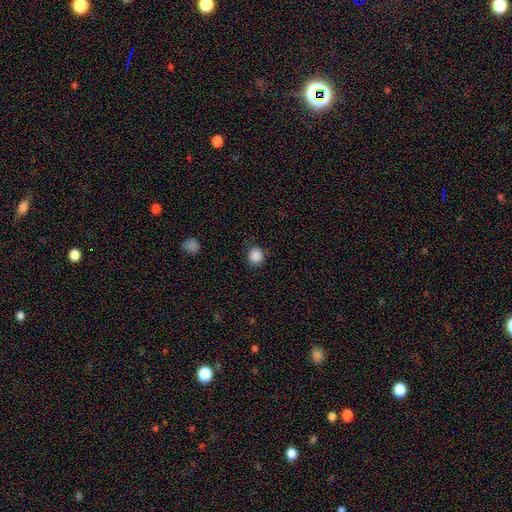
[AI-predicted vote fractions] This appears to be a smooth galaxy with no disk features (87%) that is round (90%). Merging: none (89%).